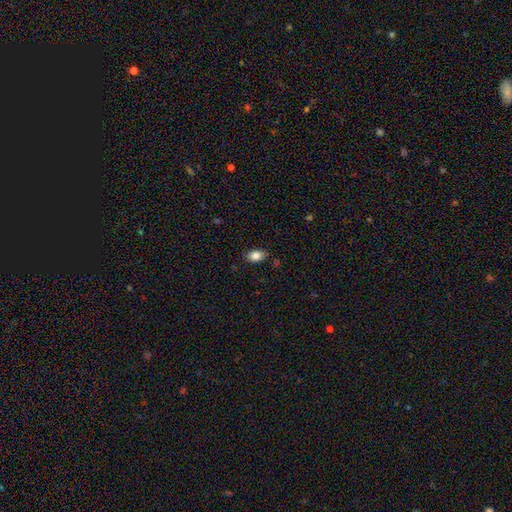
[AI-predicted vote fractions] The model was most divided on "merging": none: 84%, minor disturbance: 12%, major disturbance: 3%, merger: 1%. More confident: how rounded — in between (86%); smooth or featured — smooth (85%).